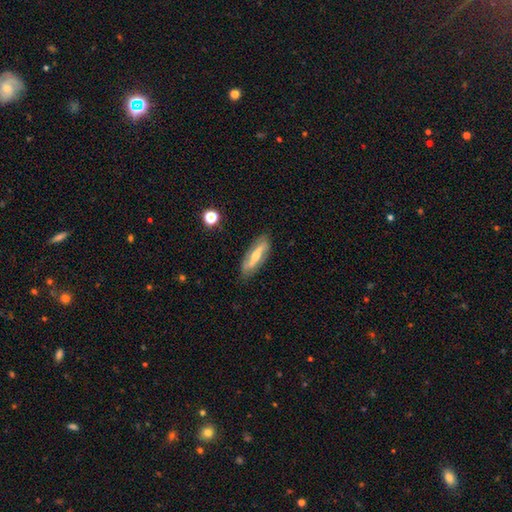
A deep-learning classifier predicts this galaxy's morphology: Smooth or featured?
  - featured or disk: 64% *
  - smooth: 29%
  - star or artifact: 7%
Edge-on disk?
  - no: 63% *
  - yes: 37%
Merging?
  - none: 83% *
  - minor disturbance: 12%
  - major disturbance: 3%
  - merger: 1%